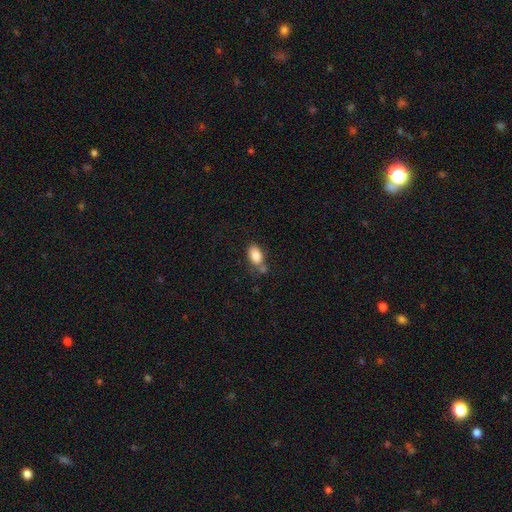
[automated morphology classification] type=smooth (85%); roundness=in between (90%); merging=none (54%).